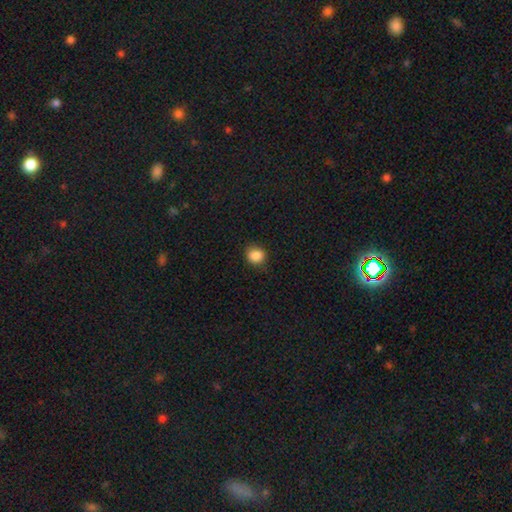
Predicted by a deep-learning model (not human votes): Q: Smooth or featured?
A: smooth (87%); runner-up: star or artifact (10%)
Q: How rounded?
A: round (77%); runner-up: in between (22%)
Q: Merging?
A: none (84%); runner-up: minor disturbance (12%)